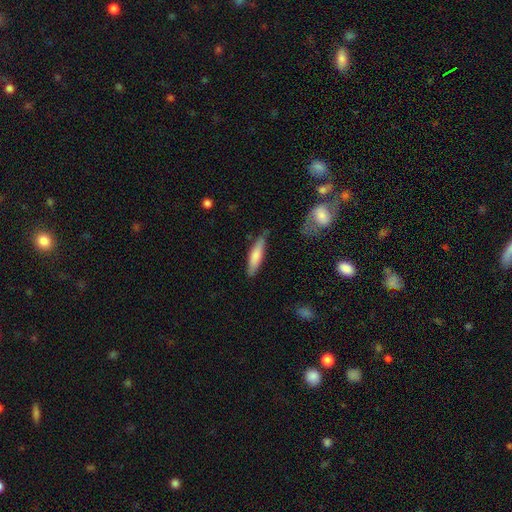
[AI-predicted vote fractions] Q: Smooth or featured?
A: smooth (76%); runner-up: featured or disk (18%)
Q: How rounded?
A: cigar-shaped (74%); runner-up: in between (25%)
Q: Merging?
A: none (79%); runner-up: minor disturbance (16%)